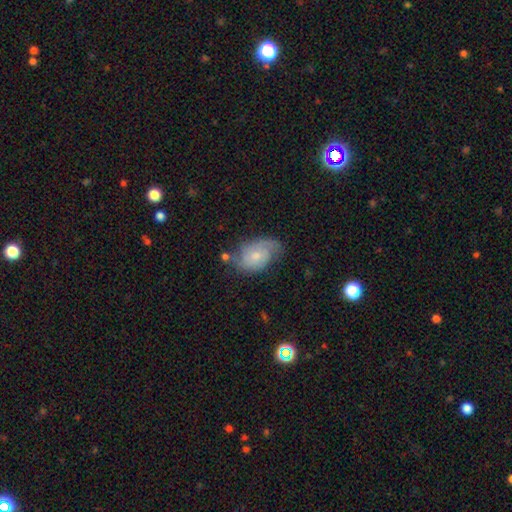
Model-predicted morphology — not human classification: This appears to be a featured or disk galaxy (55%) with no bar (72%), spiral arms (85%) and a small central bulge (49%). Merging: none (53%).